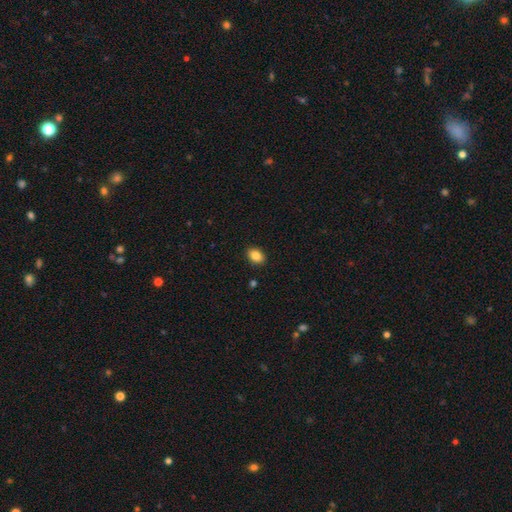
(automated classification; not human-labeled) Morphology: type=smooth (86%); roundness=in between (74%); merging=none (90%).